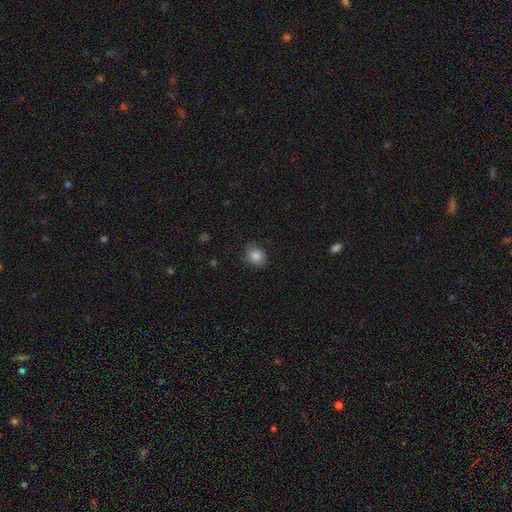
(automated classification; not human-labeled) smooth_or_featured: smooth (p=0.84) [alt: star or artifact p=0.10]
how_rounded: round (p=0.65) [alt: in between p=0.34]
merging: none (p=0.82) [alt: minor disturbance p=0.14]